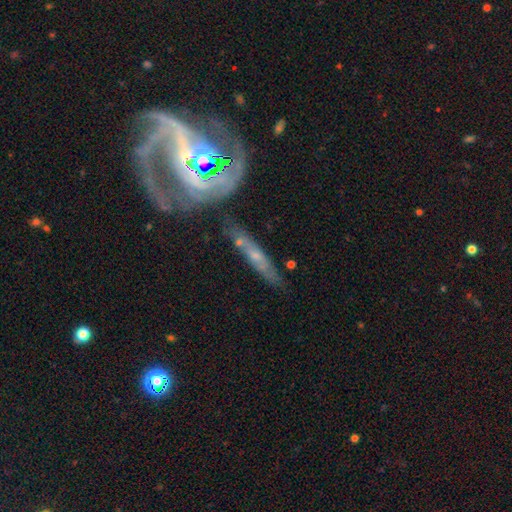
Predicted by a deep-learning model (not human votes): Smooth or featured?
  - featured or disk: 57% *
  - smooth: 26%
  - star or artifact: 17%
Edge-on disk?
  - yes: 58% *
  - no: 42%
Merging?
  - none: 66% *
  - minor disturbance: 18%
  - merger: 8%
  - major disturbance: 8%